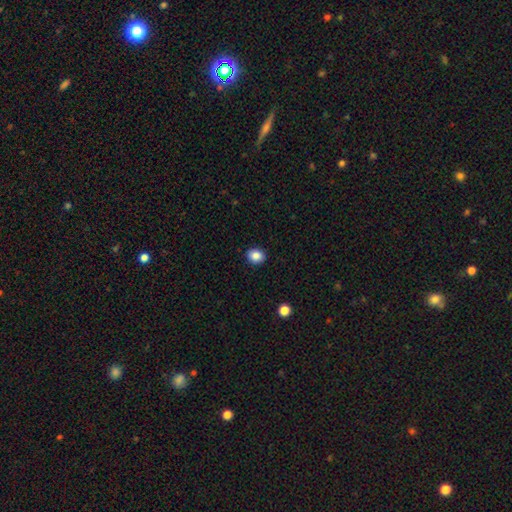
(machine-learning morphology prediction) Smooth or featured? smooth (86%)
How rounded? round (60%)
Merging? none (91%)